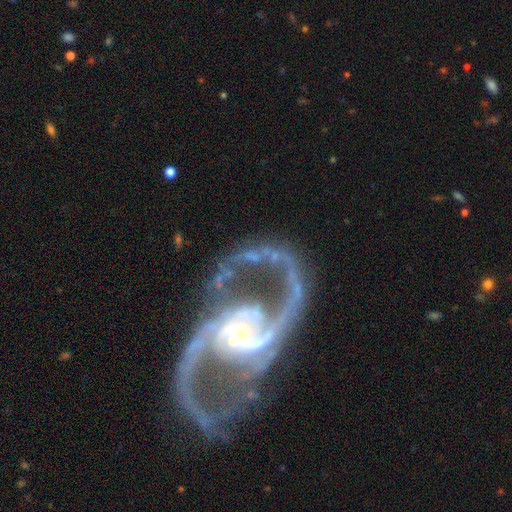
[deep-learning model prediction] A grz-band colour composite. It shows a featured or disk galaxy (92%) with no bar (41%), 2 (89%) medium (51%) spiral arms (97%) and a small central bulge (71%). Merging: none (58%).